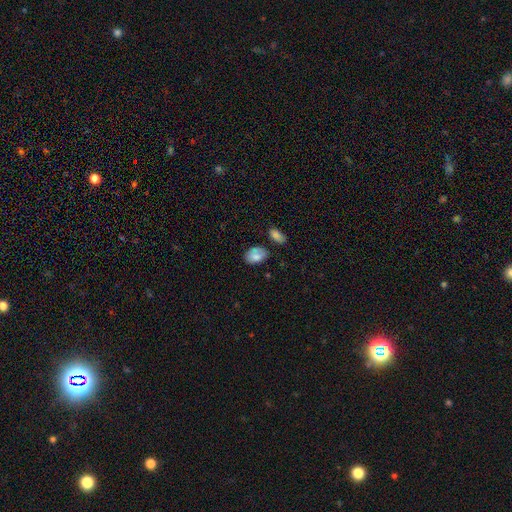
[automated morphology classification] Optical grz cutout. It shows a smooth galaxy with no disk features (75%) that is in between round and cigar-shaped (87%). Merging: none (56%).